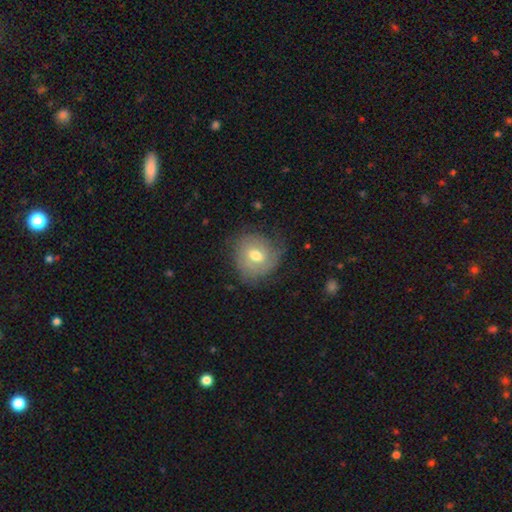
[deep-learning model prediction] smooth_or_featured: featured or disk (p=0.48) [alt: smooth p=0.44]
merging: none (p=0.65) [alt: minor disturbance p=0.24]